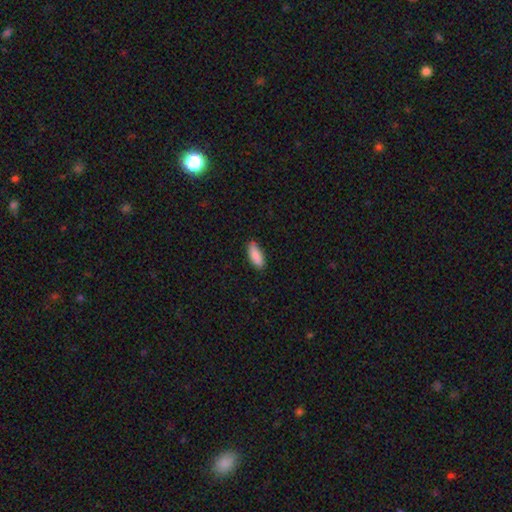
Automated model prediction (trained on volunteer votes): A smooth galaxy with no disk features (88%) that is in between round and cigar-shaped (77%). Merging: none (83%).